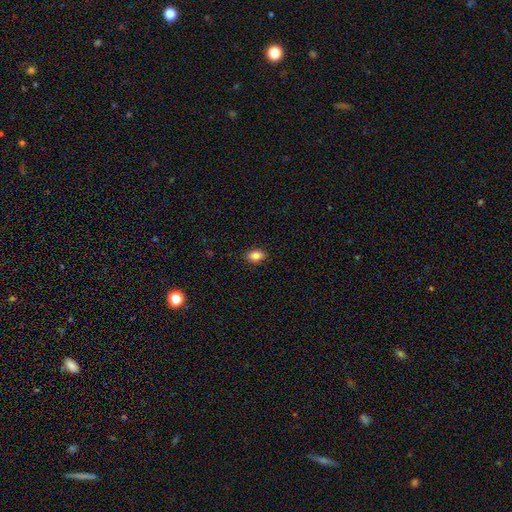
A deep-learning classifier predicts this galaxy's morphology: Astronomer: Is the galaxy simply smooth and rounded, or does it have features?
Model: smooth — 85%.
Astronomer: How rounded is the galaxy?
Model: in between — 81%.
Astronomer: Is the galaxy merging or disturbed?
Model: none — 89%.